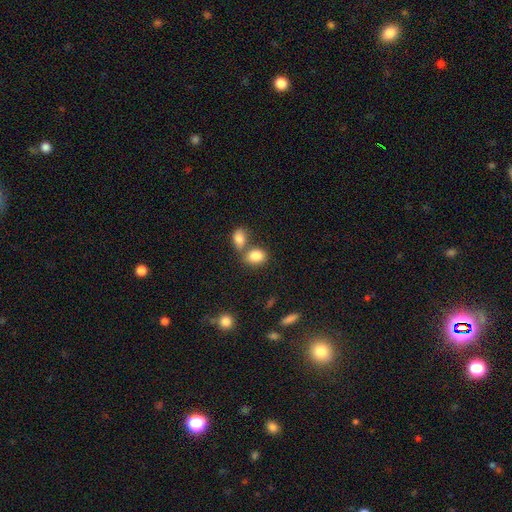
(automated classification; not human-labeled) Q: Smooth or featured?
A: smooth (85%); runner-up: star or artifact (8%)
Q: How rounded?
A: in between (74%); runner-up: round (25%)
Q: Merging?
A: none (47%); runner-up: merger (39%)